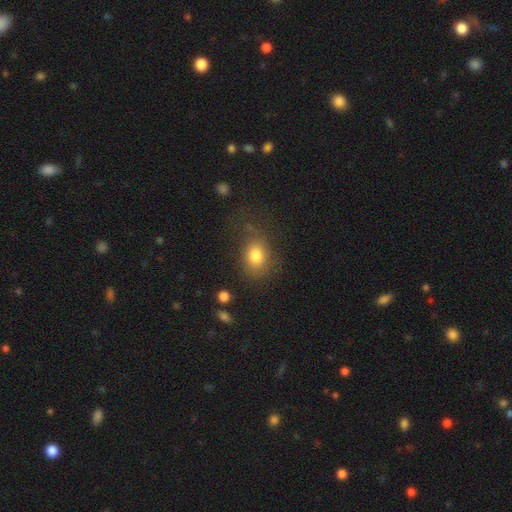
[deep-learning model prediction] This is likely a smooth galaxy (79%). How rounded: possibly in between (57%). Merging: likely none (64%).